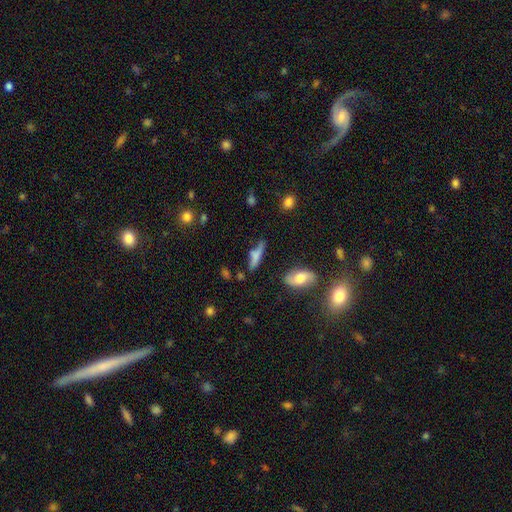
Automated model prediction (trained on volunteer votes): smooth 57%, featured or disk 34%, star or artifact 9%. Down the decision tree: how rounded — cigar-shaped (68%); merging — none (62%).